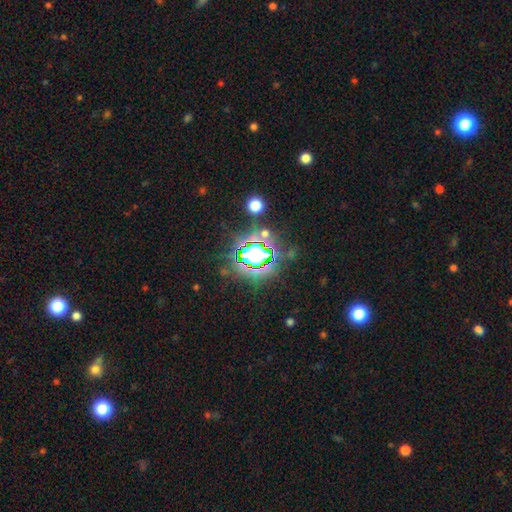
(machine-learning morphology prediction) Smooth or featured?
  - star or artifact: 67% *
  - smooth: 19%
  - featured or disk: 13%